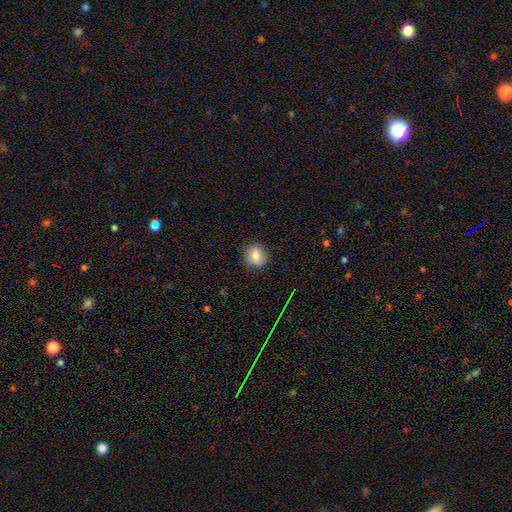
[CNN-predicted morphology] A smooth galaxy with no disk features (76%) that is round (84%). Merging: none (85%).